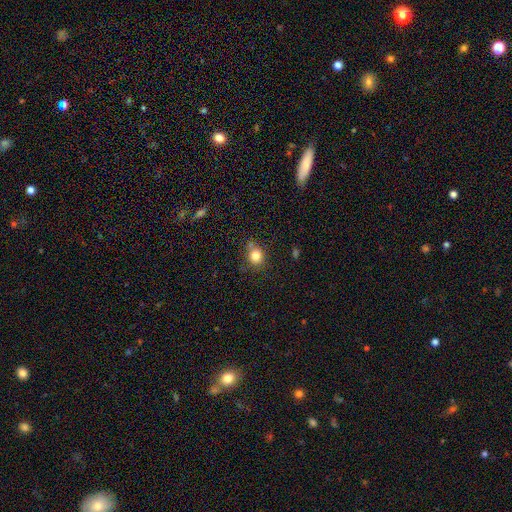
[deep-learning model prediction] This is clearly a smooth galaxy (81%). How rounded: likely round (79%). Merging: likely none (71%).